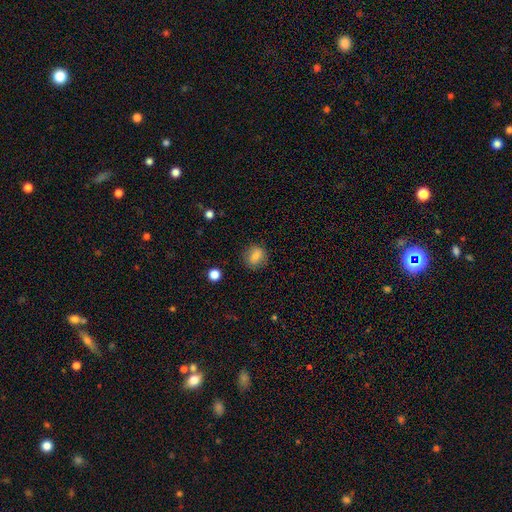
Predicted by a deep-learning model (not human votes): smooth_or_featured: smooth (p=0.77) [alt: featured or disk p=0.13]
how_rounded: round (p=0.73) [alt: in between p=0.26]
merging: none (p=0.85) [alt: minor disturbance p=0.11]